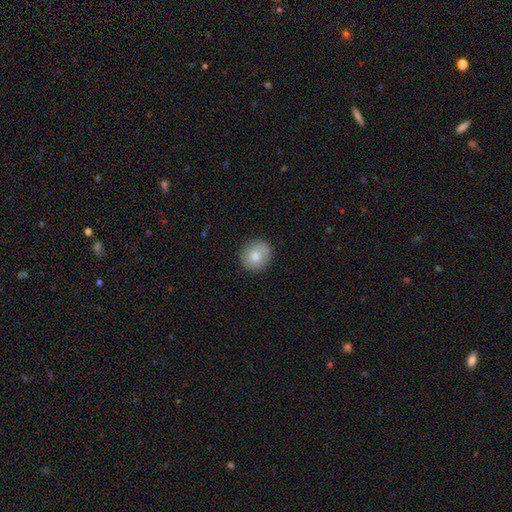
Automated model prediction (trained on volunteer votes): smooth 81%, featured or disk 12%, star or artifact 8%. Down the decision tree: how rounded — round (88%); merging — none (88%).